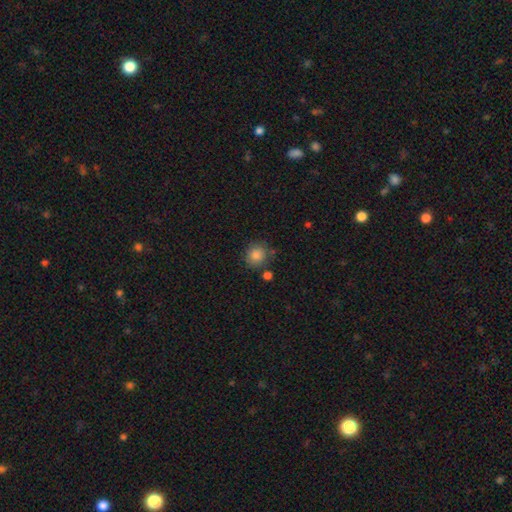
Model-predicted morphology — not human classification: Smooth or featured? smooth (85%)
How rounded? round (87%)
Merging? none (78%)